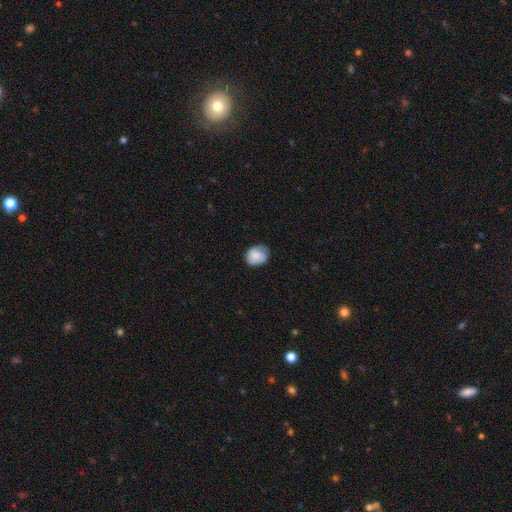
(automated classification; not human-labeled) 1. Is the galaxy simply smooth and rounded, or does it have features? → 77% smooth, 16% featured or disk, 8% star or artifact.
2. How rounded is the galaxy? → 55% round, 45% in between, 1% cigar-shaped.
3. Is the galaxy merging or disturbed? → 65% none, 27% minor disturbance, 7% major disturbance, 1% merger.